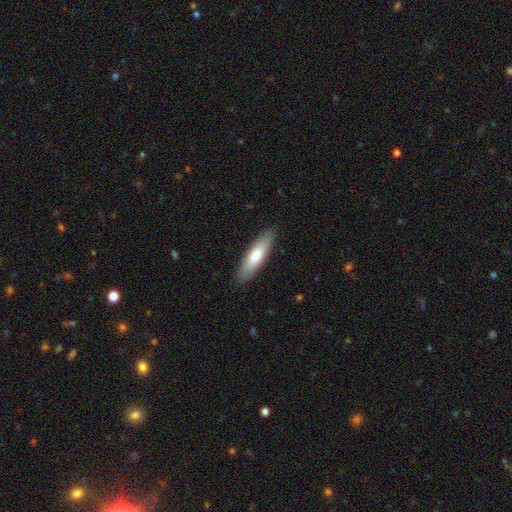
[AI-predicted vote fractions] A smooth galaxy with no disk features (72%) that is cigar-shaped (59%).

Vote fractions:
- Smooth or featured? smooth: 72% / featured or disk: 23% / star or artifact: 5%
- How rounded? cigar-shaped: 59% / in between: 40% / round: 2%
- Merging? none: 89% / minor disturbance: 8% / major disturbance: 2% / merger: 1%